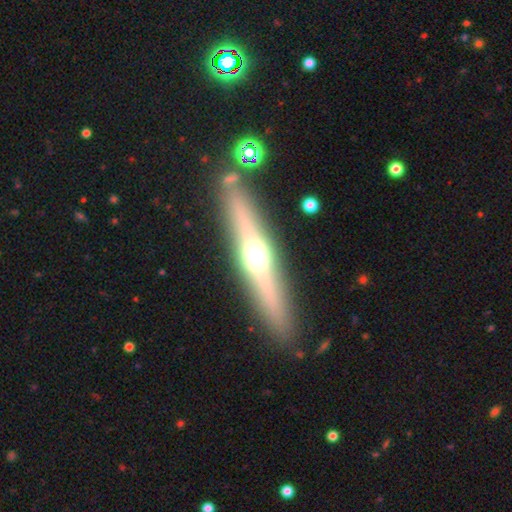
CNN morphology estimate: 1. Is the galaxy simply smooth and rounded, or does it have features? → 67% featured or disk, 27% smooth, 6% star or artifact.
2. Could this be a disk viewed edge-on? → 95% yes, 5% no.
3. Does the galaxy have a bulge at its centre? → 93% rounded, 4% none, 3% boxy.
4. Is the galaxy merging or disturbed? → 86% none, 8% minor disturbance, 3% merger, 2% major disturbance.